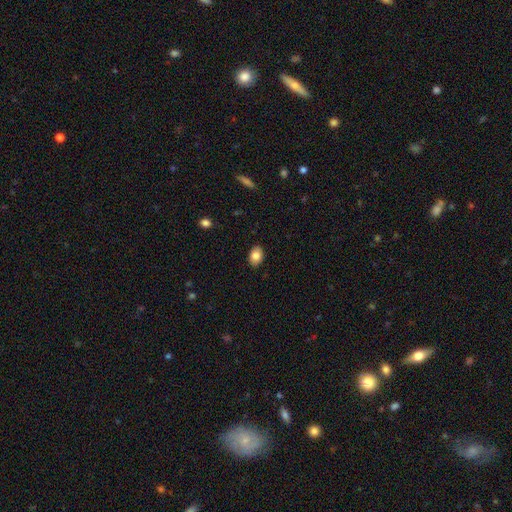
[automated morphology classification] smooth 85%, featured or disk 8%, star or artifact 8%. Down the decision tree: how rounded — in between (84%); merging — none (89%).